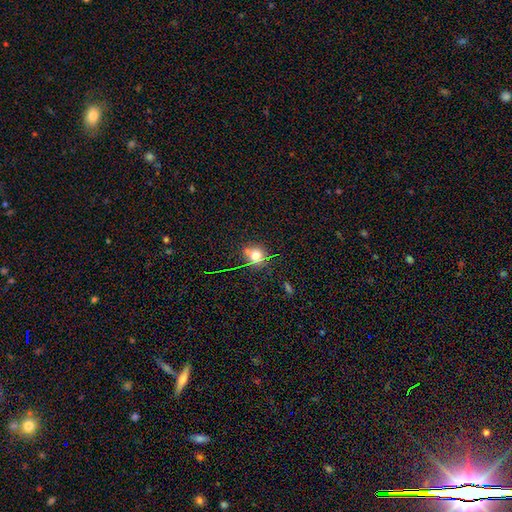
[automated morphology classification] smooth_or_featured: smooth (p=0.69) [alt: star or artifact p=0.20]
how_rounded: round (p=0.84) [alt: in between p=0.15]
merging: none (p=0.67) [alt: merger p=0.16]